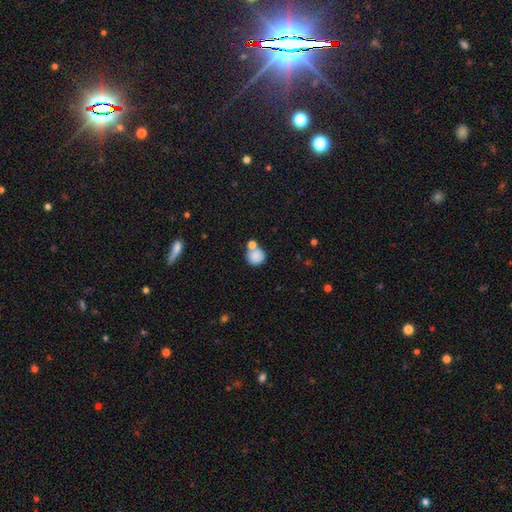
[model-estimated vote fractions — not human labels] Smooth or featured?
  - smooth: 84% *
  - star or artifact: 9%
  - featured or disk: 7%
How rounded?
  - round: 88% *
  - in between: 11%
  - cigar-shaped: 1%
Merging?
  - none: 55% *
  - merger: 28%
  - minor disturbance: 12%
  - major disturbance: 4%